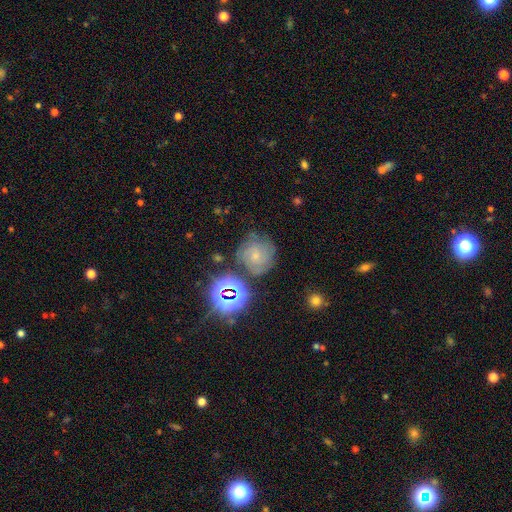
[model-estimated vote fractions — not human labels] featured or disk 49%, smooth 29%, star or artifact 22%. Down the decision tree: merging — none (68%).